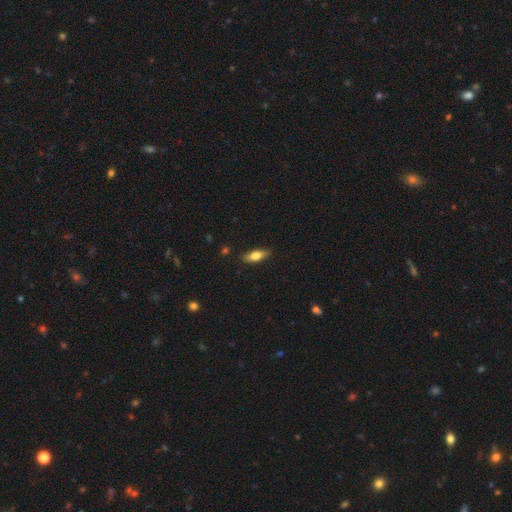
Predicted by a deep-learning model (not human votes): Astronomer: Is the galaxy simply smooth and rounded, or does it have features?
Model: smooth — 74%.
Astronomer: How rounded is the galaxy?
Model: in between — 72%.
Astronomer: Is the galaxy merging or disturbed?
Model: none — 86%.